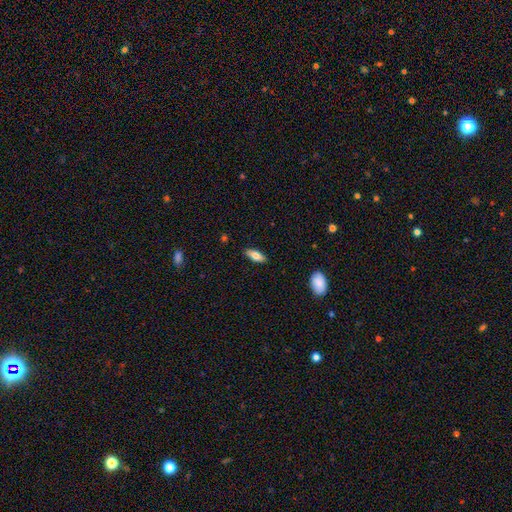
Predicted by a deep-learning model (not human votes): Smooth or featured? Predicted: smooth (p=0.72). How rounded? Predicted: in between (p=0.75). Merging? Predicted: none (p=0.88).